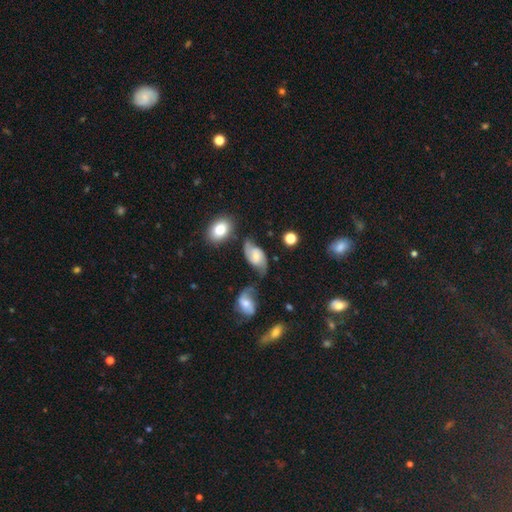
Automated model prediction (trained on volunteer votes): A featured or disk galaxy (71%) with no bar (53%), 2 (88%) loose (46%) spiral arms (92%) and a small central bulge (46%). Merging: none (48%).